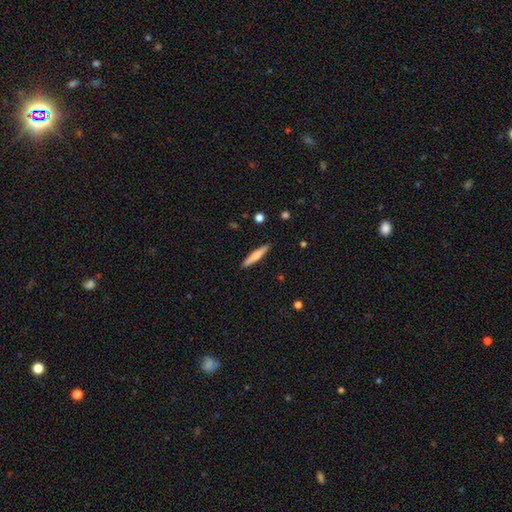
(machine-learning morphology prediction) Smooth or featured? Predicted: smooth (p=0.67). How rounded? Predicted: cigar-shaped (p=0.92). Merging? Predicted: none (p=0.91).